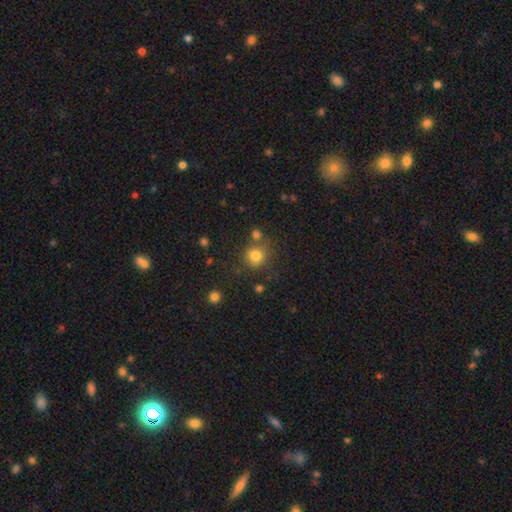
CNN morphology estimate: Smooth or featured: smooth — 80% (star or artifact — 14%)
How rounded: round — 89% (in between — 10%)
Merging: none — 69% (merger — 15%)